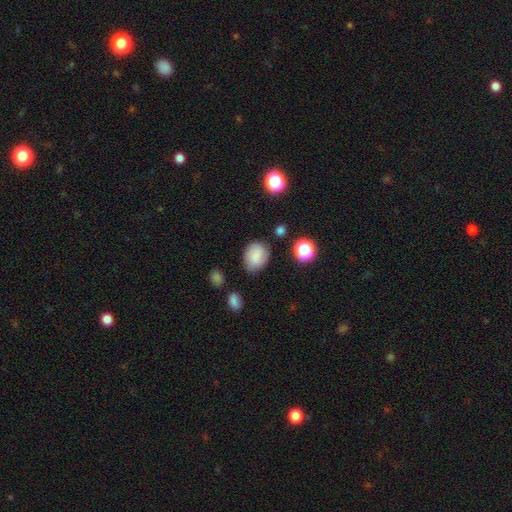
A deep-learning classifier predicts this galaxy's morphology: type=smooth (83%); roundness=in between (59%); merging=none (75%).